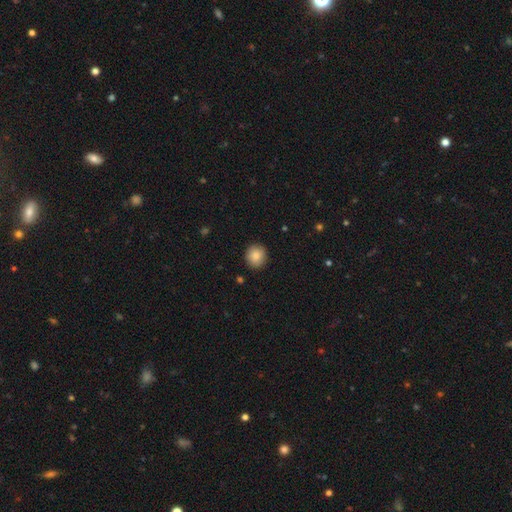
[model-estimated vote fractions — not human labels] Q: Smooth or featured?
A: smooth (86%); runner-up: star or artifact (8%)
Q: How rounded?
A: round (87%); runner-up: in between (12%)
Q: Merging?
A: none (90%); runner-up: minor disturbance (7%)